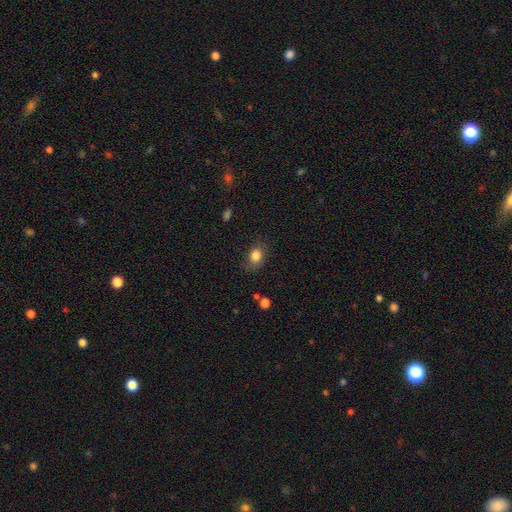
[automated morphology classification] This appears to be a smooth galaxy with no disk features (83%) that is in between round and cigar-shaped (58%). Merging: none (75%).